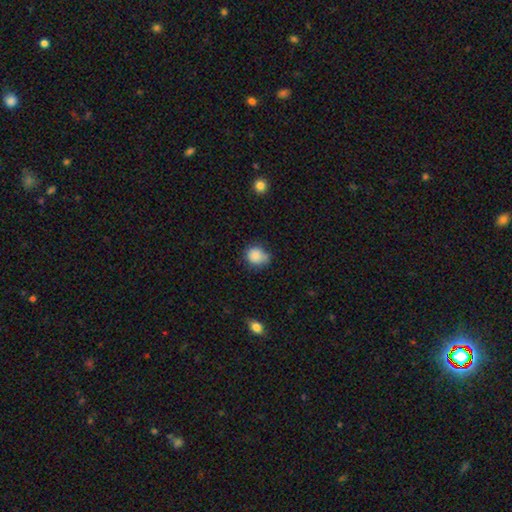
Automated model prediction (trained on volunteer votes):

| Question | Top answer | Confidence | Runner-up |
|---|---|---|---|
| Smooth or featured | smooth | 85% | star or artifact (9%) |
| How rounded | round | 77% | in between (22%) |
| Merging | none | 56% | minor disturbance (31%) |